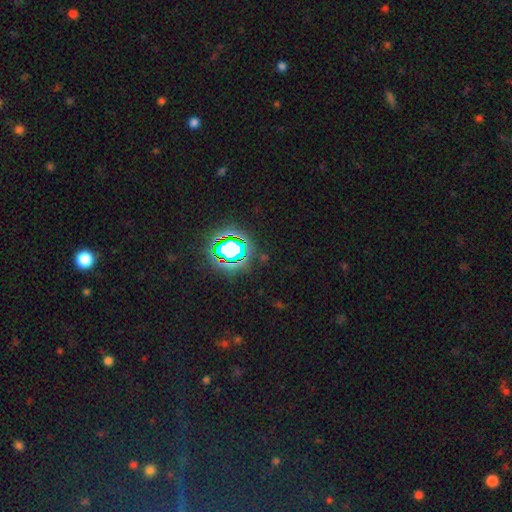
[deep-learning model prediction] This is likely a star or artifact rather than a galaxy (76%).